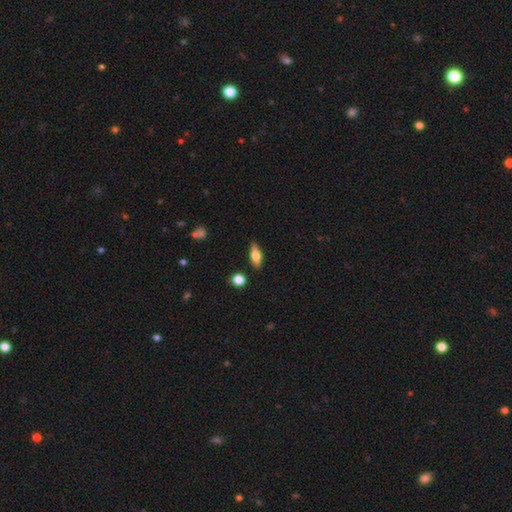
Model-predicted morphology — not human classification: type=smooth (55%); roundness=in between (66%); merging=none (85%).